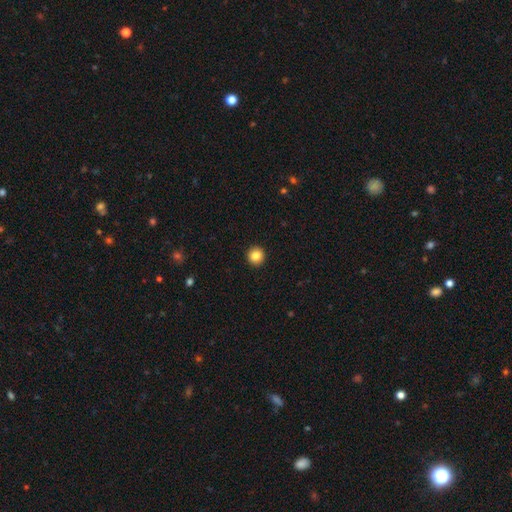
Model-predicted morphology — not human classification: This is clearly a smooth galaxy (85%). How rounded: clearly round (94%). Merging: clearly none (94%).